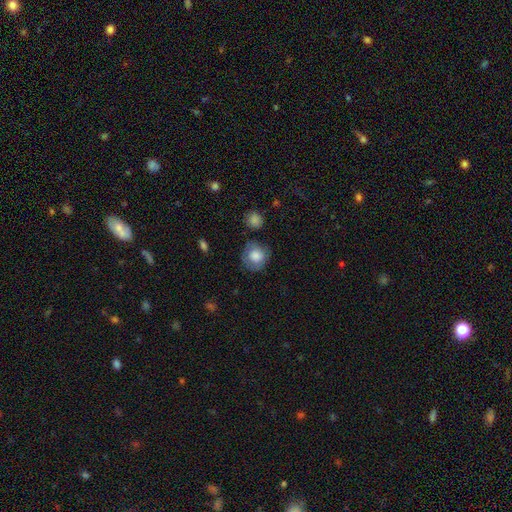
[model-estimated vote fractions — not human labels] This is likely a smooth galaxy (77%). How rounded: clearly round (88%). Merging: likely none (72%).